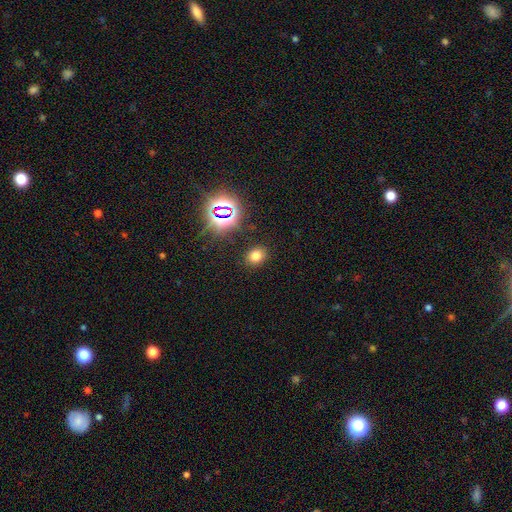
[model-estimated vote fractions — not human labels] smooth-or-featured: smooth: 72% | star or artifact: 22% | featured or disk: 6%
  how-rounded: round: 51% | in between: 48% | cigar-shaped: 1%
  merging: none: 88% | minor disturbance: 8% | major disturbance: 3% | merger: 2%